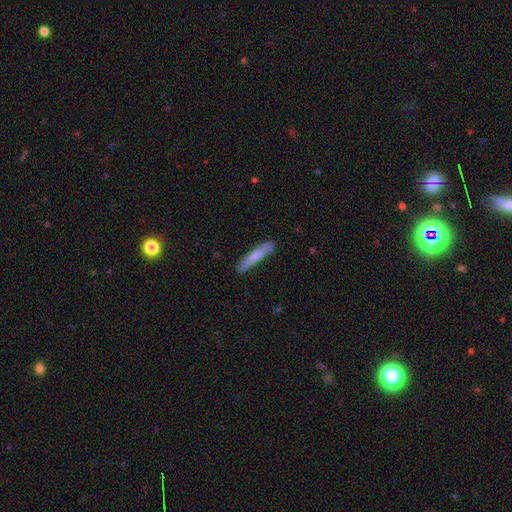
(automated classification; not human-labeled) Q: Smooth or featured?
A: smooth (71%); runner-up: featured or disk (24%)
Q: How rounded?
A: cigar-shaped (93%); runner-up: in between (6%)
Q: Merging?
A: none (86%); runner-up: minor disturbance (11%)